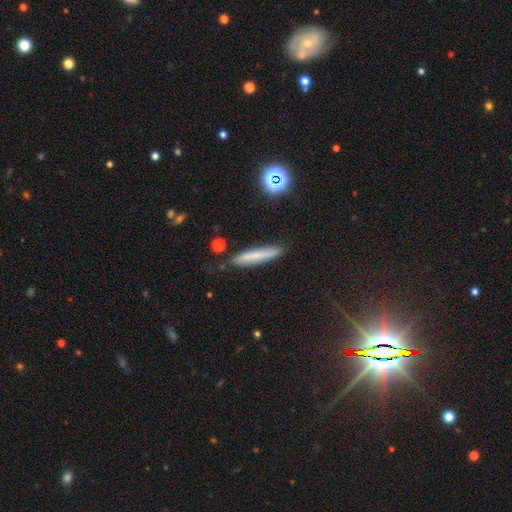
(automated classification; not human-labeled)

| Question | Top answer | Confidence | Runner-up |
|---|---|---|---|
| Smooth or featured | smooth | 66% | featured or disk (24%) |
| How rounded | cigar-shaped | 92% | in between (6%) |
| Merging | none | 82% | minor disturbance (13%) |